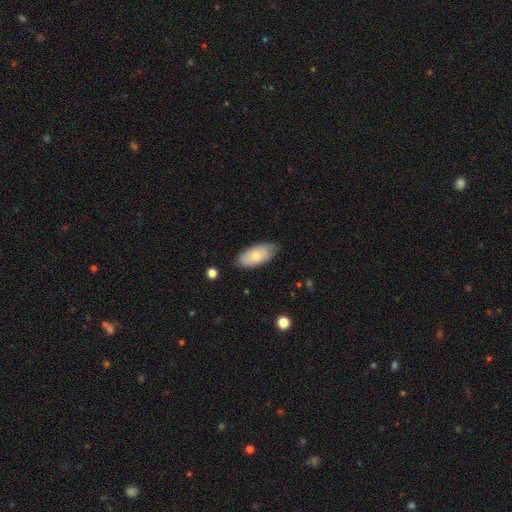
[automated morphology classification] This appears to be a smooth galaxy with no disk features (72%) that is in between round and cigar-shaped (92%). Merging: none (77%).